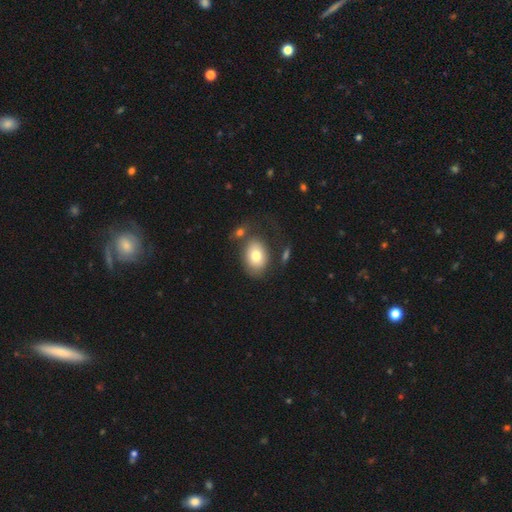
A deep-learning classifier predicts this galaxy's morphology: smooth_or_featured: smooth (p=0.76) [alt: featured or disk p=0.16]
how_rounded: in between (p=0.78) [alt: round p=0.21]
merging: none (p=0.63) [alt: minor disturbance p=0.16]